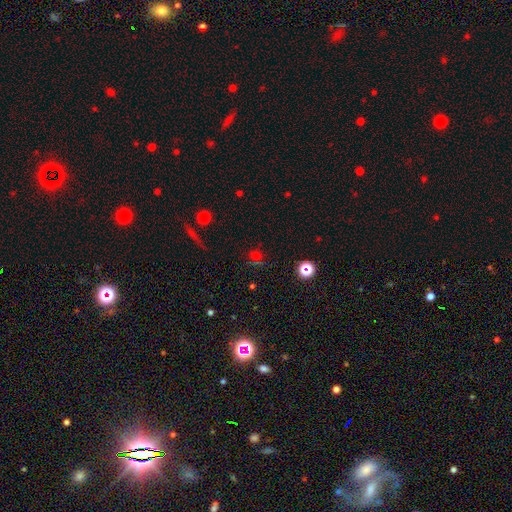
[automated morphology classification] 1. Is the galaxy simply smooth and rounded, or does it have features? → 52% star or artifact, 38% smooth, 10% featured or disk.